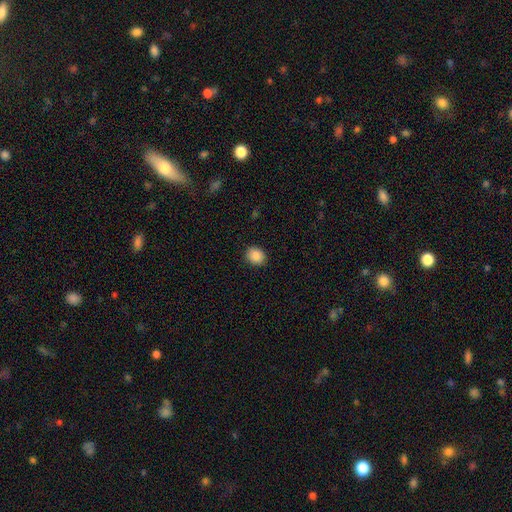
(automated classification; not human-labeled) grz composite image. It shows a smooth galaxy with no disk features (88%) that is round (62%). Merging: none (89%).